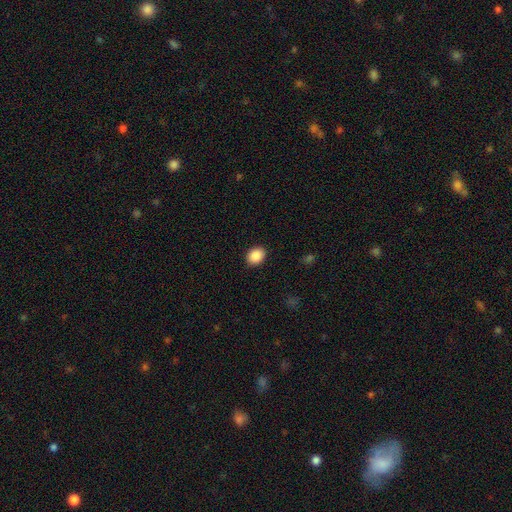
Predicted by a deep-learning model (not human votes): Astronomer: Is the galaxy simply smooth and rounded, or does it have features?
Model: smooth — 89%.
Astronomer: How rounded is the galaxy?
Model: in between — 60% (runner-up: round, 39%).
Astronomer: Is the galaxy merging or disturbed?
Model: none — 89%.